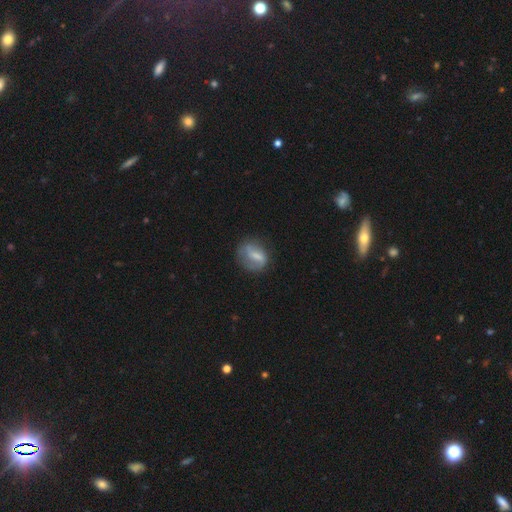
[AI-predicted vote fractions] Overall: smooth (49%; featured or disk 43%). Merging: none (55%; minor disturbance 26%).